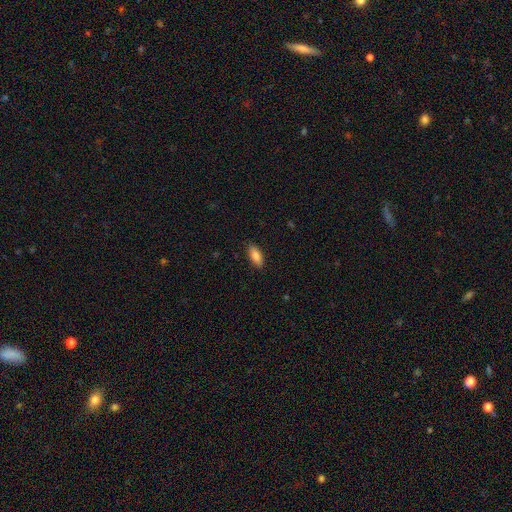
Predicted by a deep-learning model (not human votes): The model was most divided on "how rounded": in between: 82%, cigar-shaped: 16%, round: 2%. More confident: merging — none (88%); smooth or featured — smooth (85%).